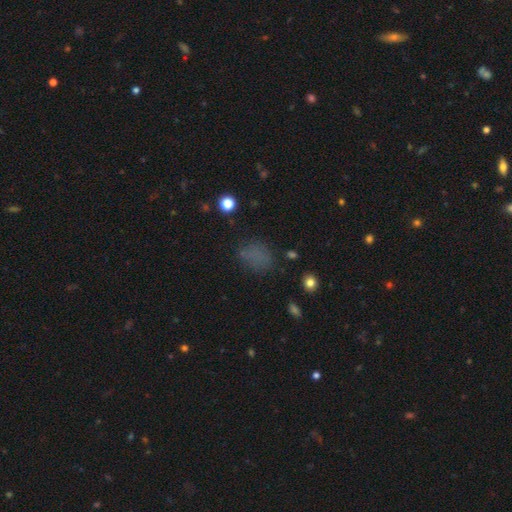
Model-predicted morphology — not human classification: smooth_or_featured: smooth (p=0.68) [alt: star or artifact p=0.23]
how_rounded: in between (p=0.66) [alt: round p=0.32]
merging: none (p=0.66) [alt: minor disturbance p=0.19]